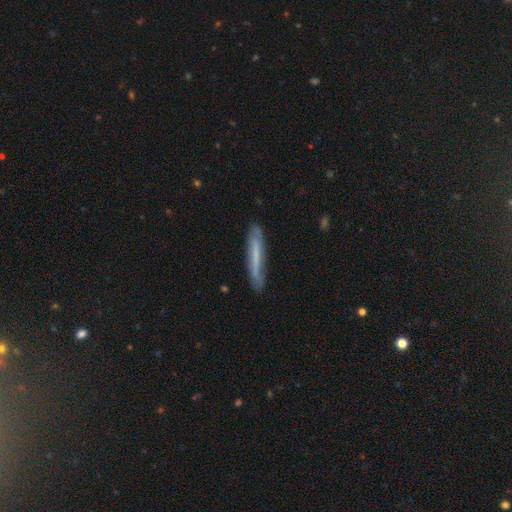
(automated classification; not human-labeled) Smooth or featured? Predicted: smooth (p=0.49). Merging? Predicted: none (p=0.78).